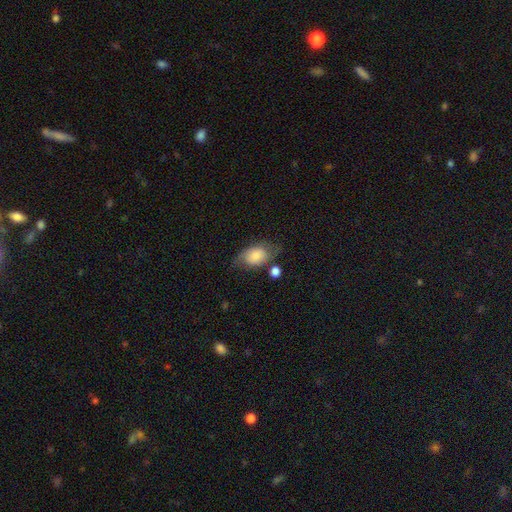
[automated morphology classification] A smooth galaxy with no disk features (71%) that is in between round and cigar-shaped (83%). Merging: none (53%).